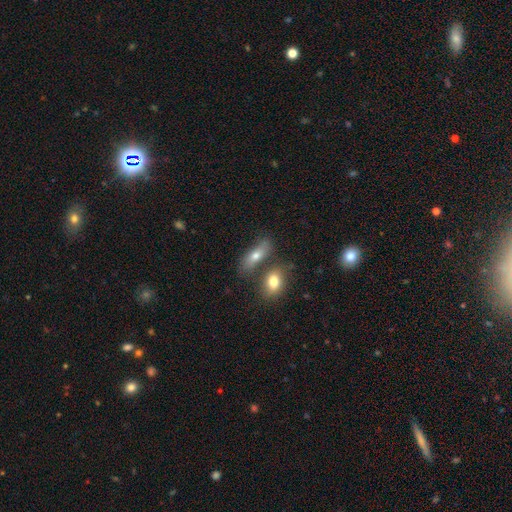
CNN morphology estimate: Smooth or featured?
  - smooth: 69% *
  - featured or disk: 23%
  - star or artifact: 8%
How rounded?
  - in between: 69% *
  - cigar-shaped: 25%
  - round: 6%
Merging?
  - none: 54% *
  - merger: 28%
  - minor disturbance: 13%
  - major disturbance: 5%